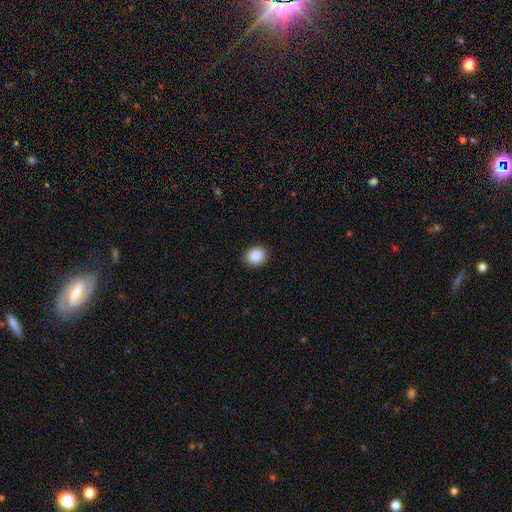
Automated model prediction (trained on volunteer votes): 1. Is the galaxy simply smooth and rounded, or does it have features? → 89% smooth, 8% star or artifact, 3% featured or disk.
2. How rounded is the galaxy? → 66% round, 33% in between, 1% cigar-shaped.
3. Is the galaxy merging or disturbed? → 89% none, 8% minor disturbance, 2% major disturbance, 1% merger.